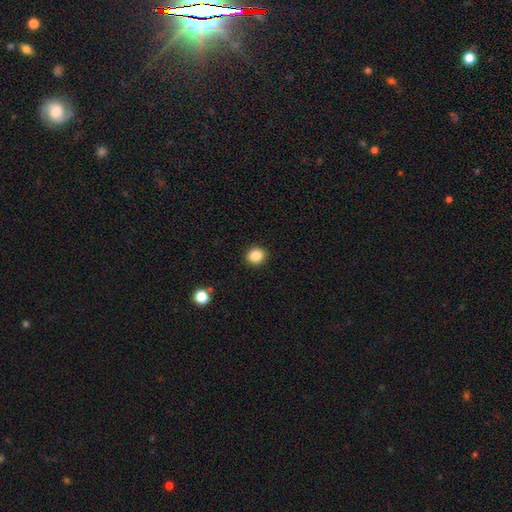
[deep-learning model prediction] This appears to be a smooth galaxy with no disk features (86%) that is round (79%). Merging: none (91%).